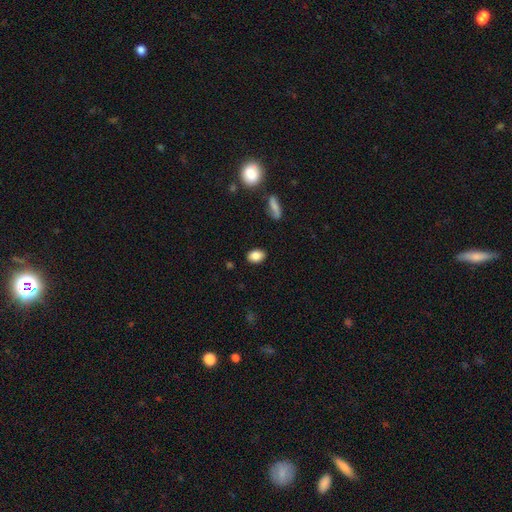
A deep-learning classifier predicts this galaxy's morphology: A smooth galaxy with no disk features (85%) that is in between round and cigar-shaped (83%). Merging: none (86%).